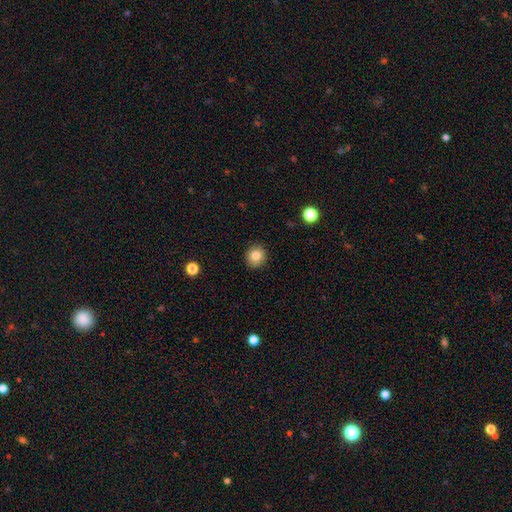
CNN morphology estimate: This appears to be a smooth galaxy with no disk features (83%) that is round (87%). Merging: none (91%).